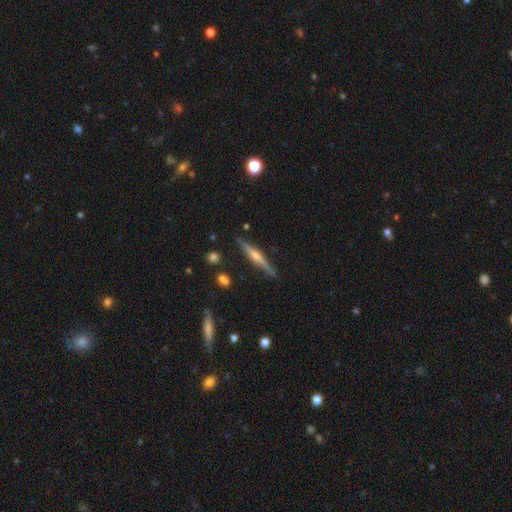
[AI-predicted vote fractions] Smooth or featured? featured or disk (76%)
Edge-on disk? yes (98%)
Edge-on bulge? rounded (88%)
Merging? none (88%)